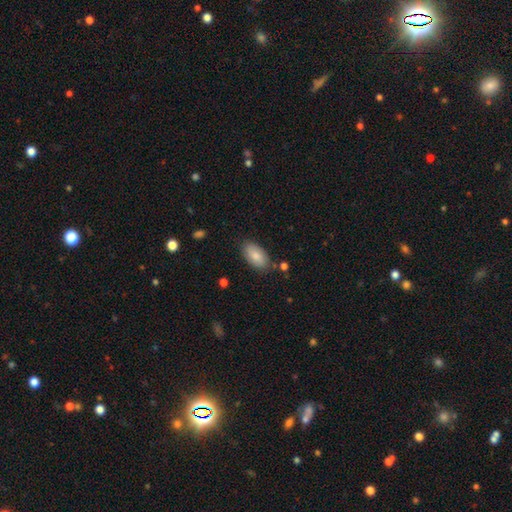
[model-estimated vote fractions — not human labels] Q: Smooth or featured?
A: smooth (82%); runner-up: featured or disk (11%)
Q: How rounded?
A: in between (94%); runner-up: round (3%)
Q: Merging?
A: none (80%); runner-up: minor disturbance (14%)